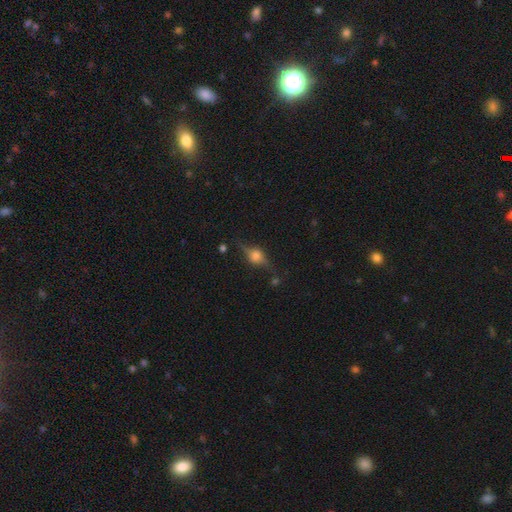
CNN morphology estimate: featured or disk 68%, smooth 21%, star or artifact 11%. Down the decision tree: edge-on disk — yes (92%); edge-on bulge — rounded (93%); merging — none (76%).